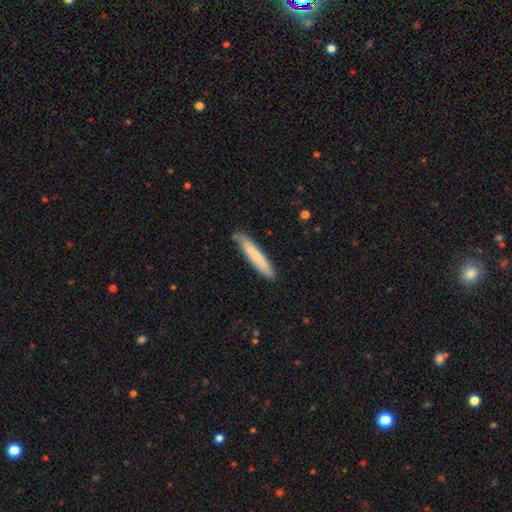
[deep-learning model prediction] Smooth or featured? smooth (76%)
How rounded? cigar-shaped (93%)
Merging? none (86%)